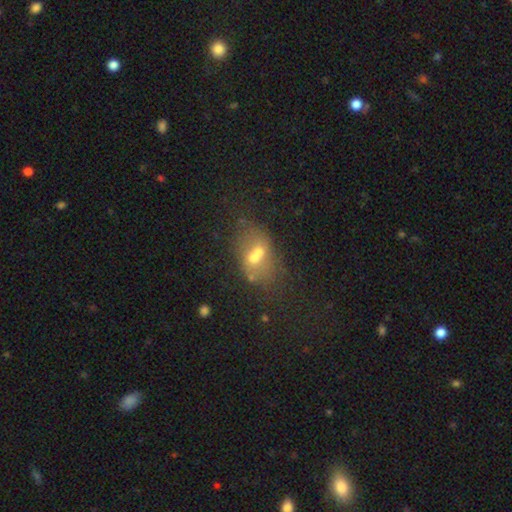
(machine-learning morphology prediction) Smooth or featured?
  - smooth: 48% *
  - featured or disk: 37%
  - star or artifact: 15%
Merging?
  - merger: 54% *
  - none: 28%
  - minor disturbance: 10%
  - major disturbance: 7%